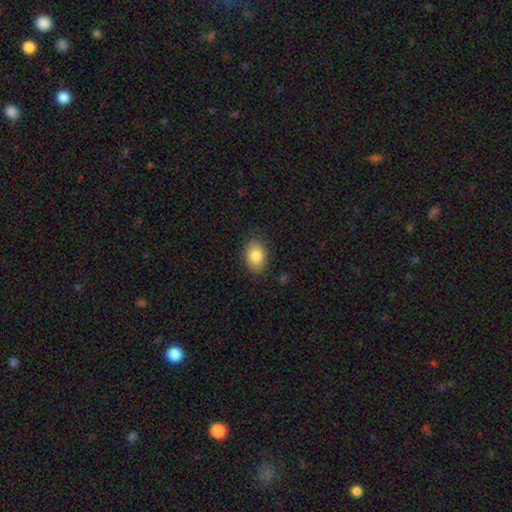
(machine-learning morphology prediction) Smooth or featured? smooth (83%)
How rounded? in between (78%)
Merging? none (84%)